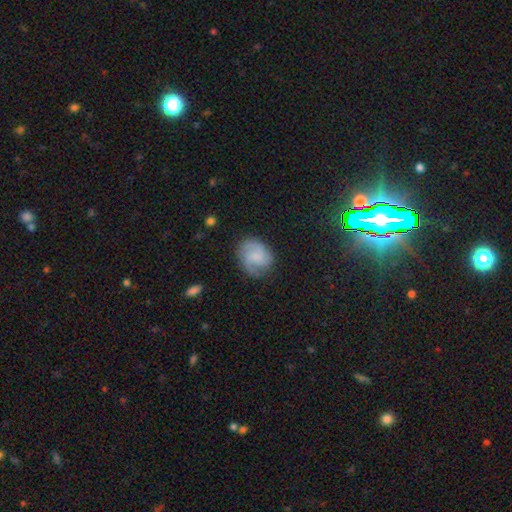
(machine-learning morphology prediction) Smooth or featured?
  - featured or disk: 52% *
  - smooth: 40%
  - star or artifact: 8%
Edge-on disk?
  - no: 98% *
  - yes: 2%
Bar?
  - no: 63% *
  - weak: 33%
  - strong: 5%
Spiral arms?
  - yes: 91% *
  - no: 9%
Bulge size?
  - none: 40% *
  - small: 36%
  - moderate: 18%
  - large: 4%
  - dominant: 2%
Merging?
  - none: 71% *
  - minor disturbance: 19%
  - major disturbance: 8%
  - merger: 2%